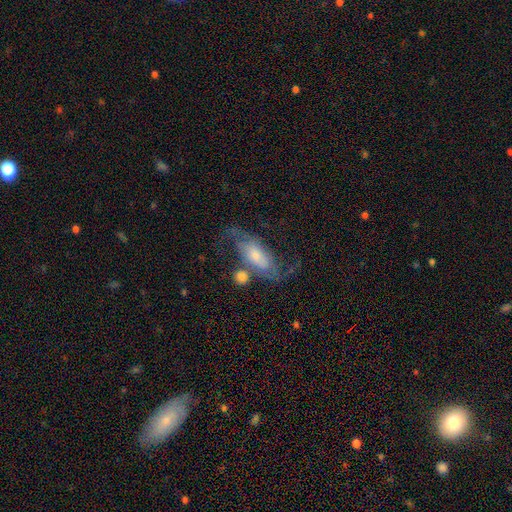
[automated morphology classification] Smooth or featured? featured or disk (69%)
Edge-on disk? no (90%)
Bar? no (52%)
Spiral arms? yes (89%)
Spiral winding? loose (54%)
Spiral arm count? 2 (85%)
Bulge size? small (41%)
Merging? none (44%)